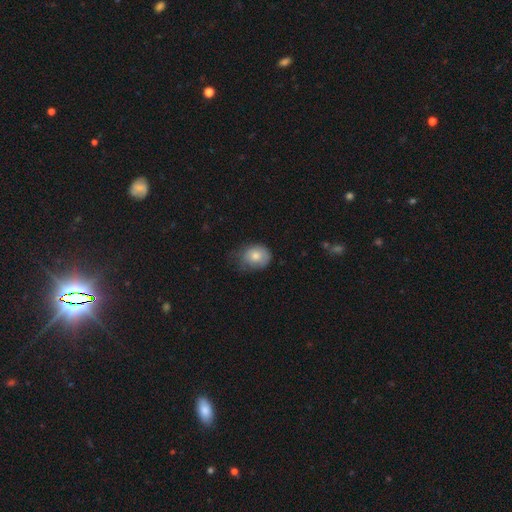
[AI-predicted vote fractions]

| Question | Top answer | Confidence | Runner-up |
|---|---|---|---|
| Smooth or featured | smooth | 77% | featured or disk (15%) |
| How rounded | round | 50% | in between (49%) |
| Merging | none | 47% | minor disturbance (38%) |